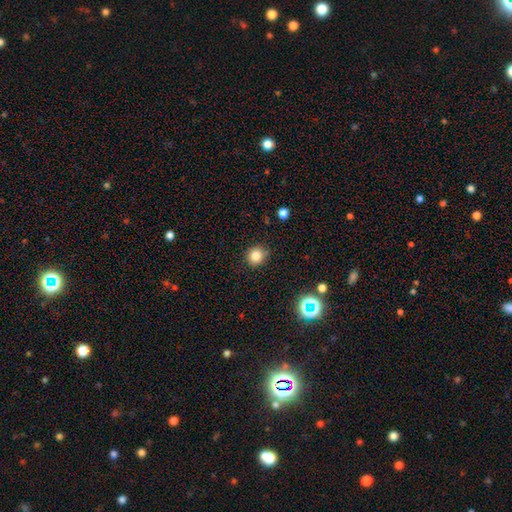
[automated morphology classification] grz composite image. It shows a smooth galaxy with no disk features (80%) that is round (86%). Merging: none (84%).